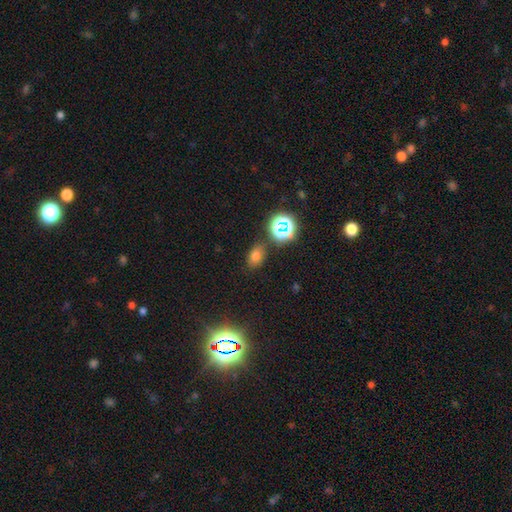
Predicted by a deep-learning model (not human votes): This is likely a smooth galaxy (69%). How rounded: likely in between (75%). Merging: likely none (79%).